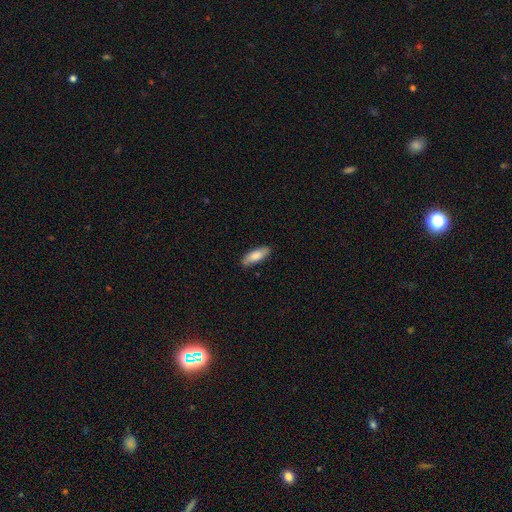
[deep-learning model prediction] Smooth or featured?
  - smooth: 80% *
  - featured or disk: 15%
  - star or artifact: 6%
How rounded?
  - in between: 65% *
  - cigar-shaped: 34%
  - round: 2%
Merging?
  - none: 84% *
  - minor disturbance: 13%
  - major disturbance: 2%
  - merger: 1%